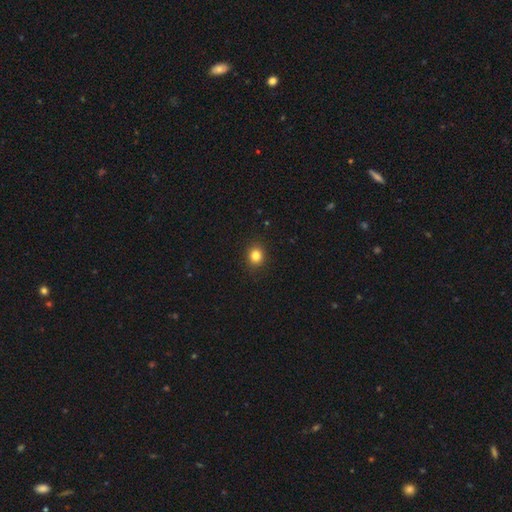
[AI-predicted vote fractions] Smooth or featured?
  - smooth: 83% *
  - star or artifact: 12%
  - featured or disk: 5%
How rounded?
  - round: 74% *
  - in between: 25%
  - cigar-shaped: 1%
Merging?
  - none: 91% *
  - minor disturbance: 7%
  - major disturbance: 2%
  - merger: 1%